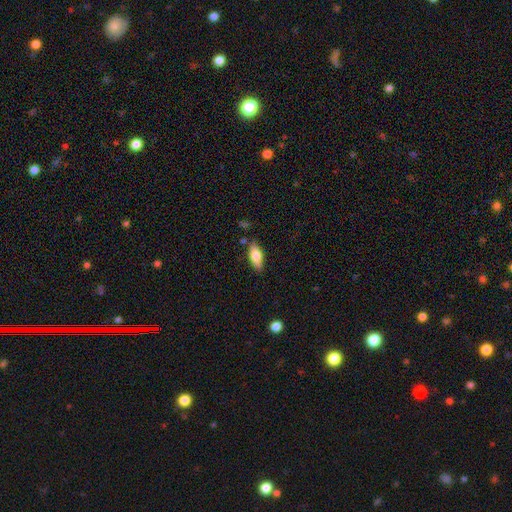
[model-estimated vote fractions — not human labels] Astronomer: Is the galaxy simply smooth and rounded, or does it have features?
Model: smooth — 74%.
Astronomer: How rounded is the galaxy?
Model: in between — 79%.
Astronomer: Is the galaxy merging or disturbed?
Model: none — 80%.